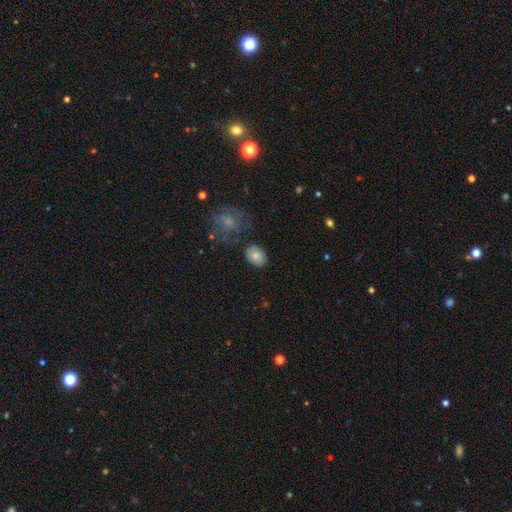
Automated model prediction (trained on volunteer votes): smooth-or-featured: smooth: 78% | featured or disk: 13% | star or artifact: 9%
  how-rounded: in between: 67% | round: 32% | cigar-shaped: 1%
  merging: none: 78% | minor disturbance: 15% | major disturbance: 4% | merger: 3%